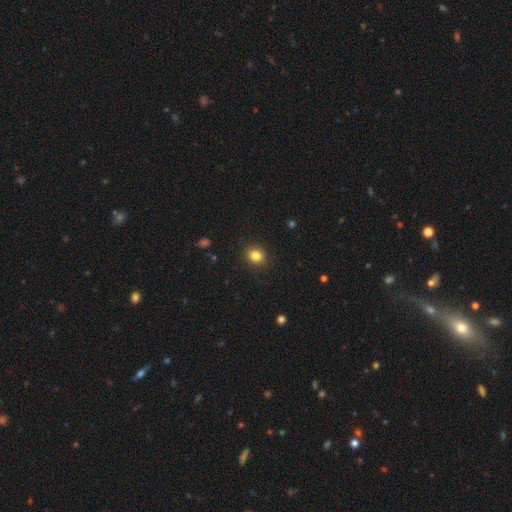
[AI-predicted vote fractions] This appears to be a smooth galaxy with no disk features (83%) that is round (68%). Merging: none (90%).